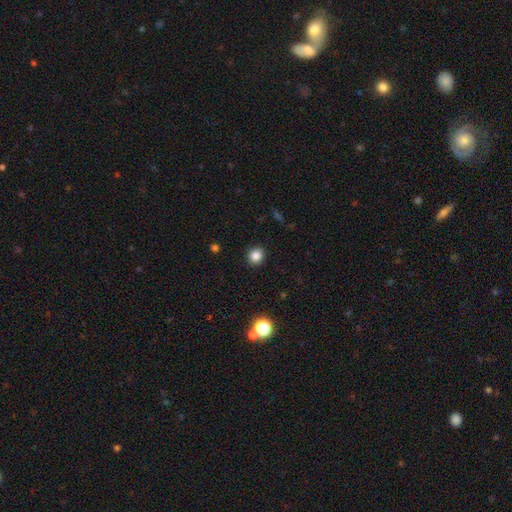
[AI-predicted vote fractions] Q: Smooth or featured?
A: smooth (84%); runner-up: star or artifact (12%)
Q: How rounded?
A: round (84%); runner-up: in between (15%)
Q: Merging?
A: none (91%); runner-up: minor disturbance (6%)